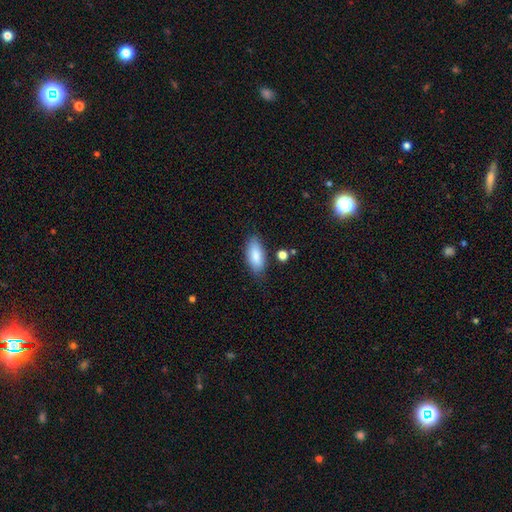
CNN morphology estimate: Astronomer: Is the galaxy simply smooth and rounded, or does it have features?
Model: smooth — 85%.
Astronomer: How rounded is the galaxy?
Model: in between — 85%.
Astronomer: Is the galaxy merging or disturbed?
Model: none — 78%.